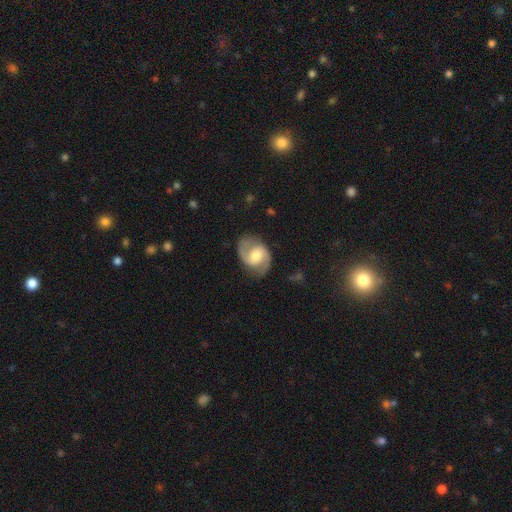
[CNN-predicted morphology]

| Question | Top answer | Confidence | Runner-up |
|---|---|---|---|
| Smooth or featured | featured or disk | 82% | smooth (13%) |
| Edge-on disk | no | 98% | yes (2%) |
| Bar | weak | 45% | no (44%) |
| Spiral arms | yes | 95% | no (5%) |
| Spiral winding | medium | 55% | loose (23%) |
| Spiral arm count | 2 | 92% | can't tell (3%) |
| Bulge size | moderate | 60% | small (22%) |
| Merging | none | 79% | minor disturbance (15%) |